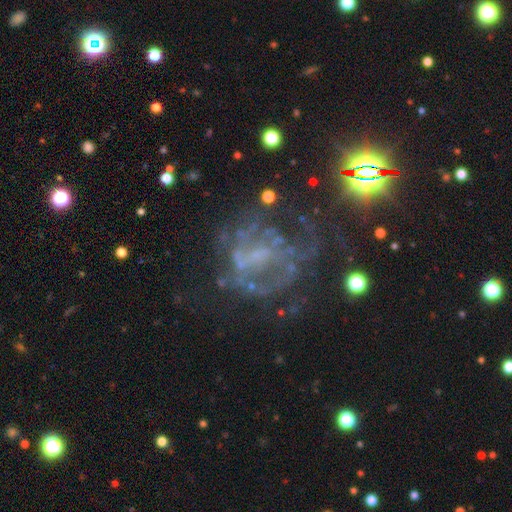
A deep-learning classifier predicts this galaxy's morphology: smooth-or-featured: featured or disk: 66% | star or artifact: 22% | smooth: 12%
  disk-edge-on: no: 98% | yes: 2%
    bar: no: 64% | weak: 27% | strong: 9%
    has-spiral-arms: no: 56% | yes: 44%
    bulge-size: none: 58% | small: 28% | moderate: 12% | large: 2% | dominant: 1%
  merging: none: 48% | major disturbance: 30% | minor disturbance: 18% | merger: 4%